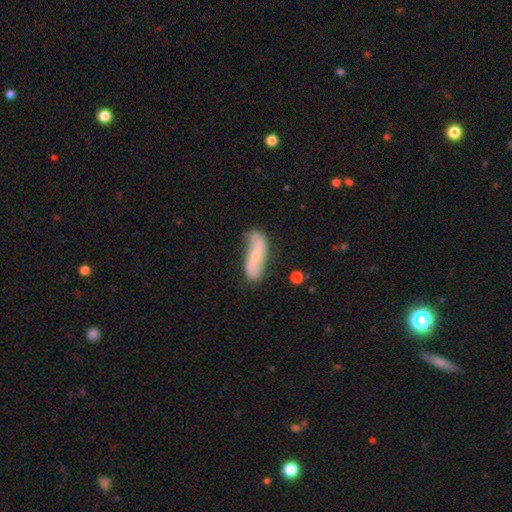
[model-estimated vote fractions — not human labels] Overall: featured or disk (59%; smooth 35%). Edge-on disk: no (83%). Merging: none (64%; minor disturbance 25%).